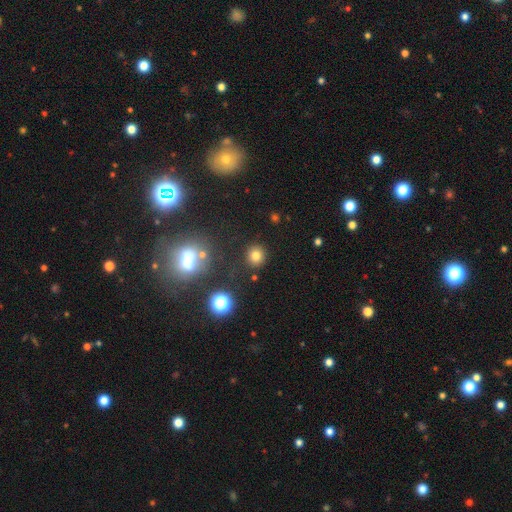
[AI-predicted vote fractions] smooth-or-featured: smooth: 77% | star or artifact: 16% | featured or disk: 7%
  how-rounded: round: 89% | in between: 10% | cigar-shaped: 1%
  merging: none: 87% | minor disturbance: 7% | merger: 3% | major disturbance: 3%